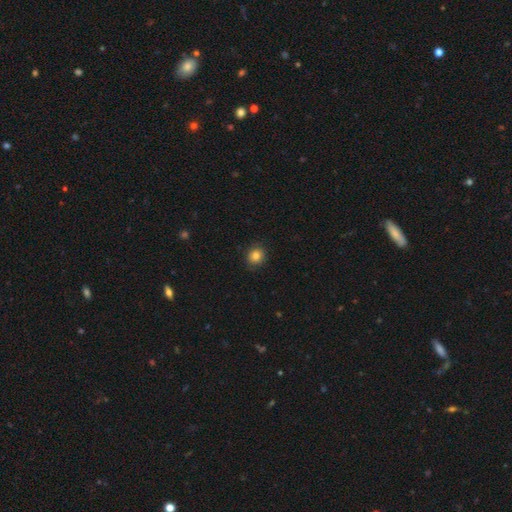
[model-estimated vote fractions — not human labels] A smooth galaxy with no disk features (83%) that is round (83%).

Vote fractions:
- Smooth or featured? smooth: 83% / star or artifact: 11% / featured or disk: 6%
- How rounded? round: 83% / in between: 16% / cigar-shaped: 1%
- Merging? none: 87% / minor disturbance: 10% / major disturbance: 2% / merger: 1%